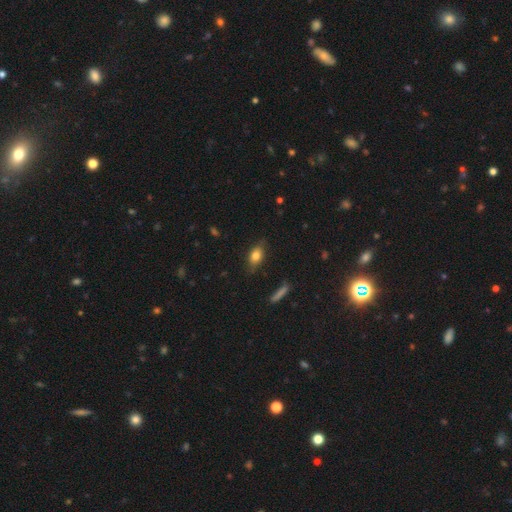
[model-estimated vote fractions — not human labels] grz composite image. It shows a smooth galaxy with no disk features (78%) that is in between round and cigar-shaped (83%). Merging: none (75%).